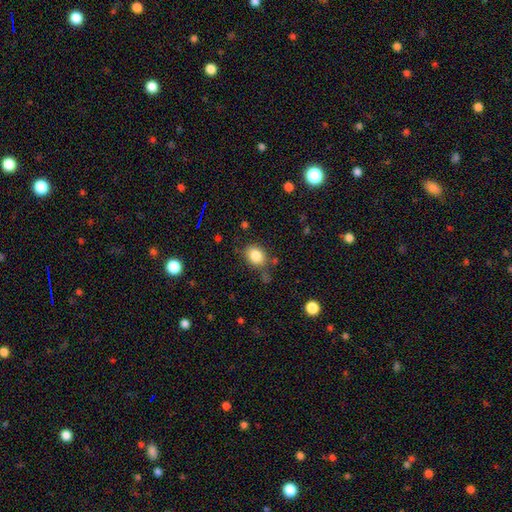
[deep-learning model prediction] This appears to be a smooth galaxy with no disk features (84%) that is in between round and cigar-shaped (56%). Merging: none (77%).